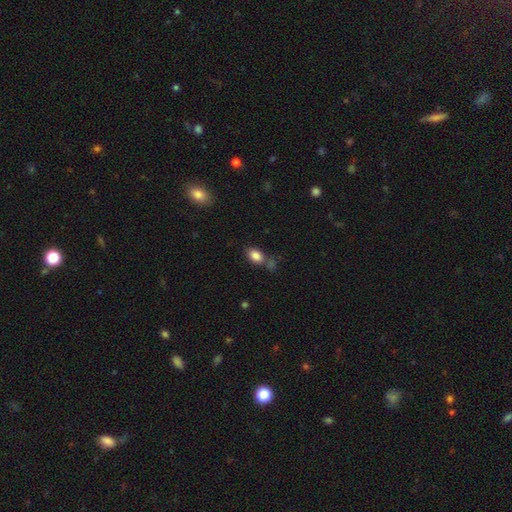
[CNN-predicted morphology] Smooth or featured?
  - smooth: 85% *
  - star or artifact: 9%
  - featured or disk: 6%
How rounded?
  - in between: 86% *
  - round: 12%
  - cigar-shaped: 2%
Merging?
  - none: 62% *
  - merger: 17%
  - minor disturbance: 15%
  - major disturbance: 5%